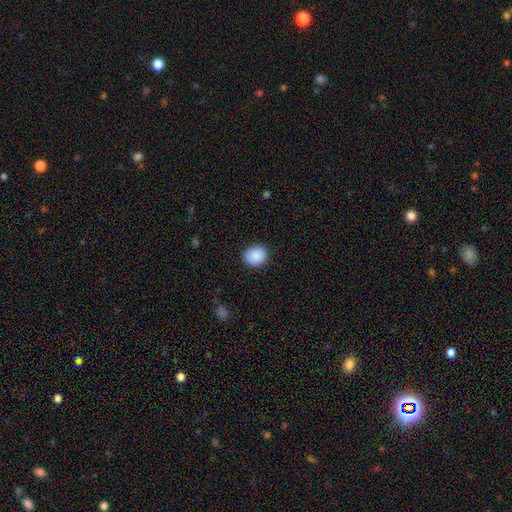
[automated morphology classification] smooth-or-featured: smooth: 89% | star or artifact: 8% | featured or disk: 3%
  how-rounded: round: 71% | in between: 28% | cigar-shaped: 1%
  merging: none: 89% | minor disturbance: 8% | major disturbance: 2% | merger: 1%